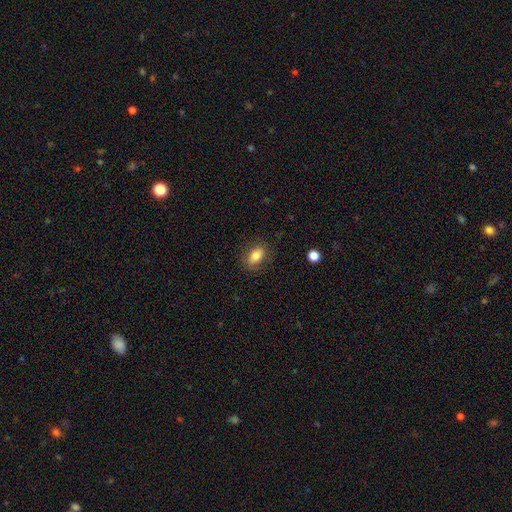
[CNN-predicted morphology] Smooth or featured?
  - smooth: 81% *
  - featured or disk: 10%
  - star or artifact: 8%
How rounded?
  - in between: 84% *
  - round: 13%
  - cigar-shaped: 3%
Merging?
  - none: 83% *
  - minor disturbance: 12%
  - major disturbance: 4%
  - merger: 1%